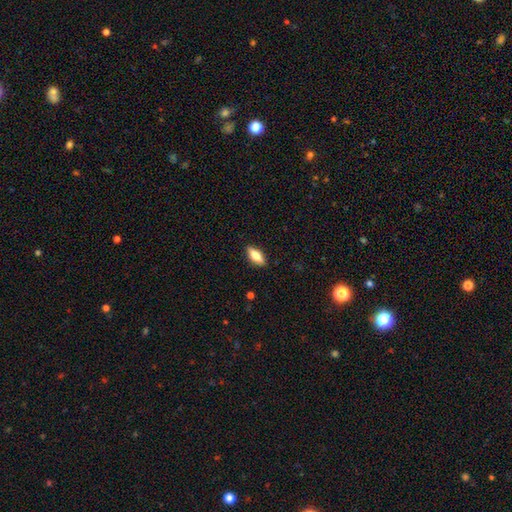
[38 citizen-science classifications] Smooth or featured?
  - smooth: 79% *
  - featured or disk: 16%
  - star or artifact: 5%
How rounded?
  - in between: 80% *
  - cigar-shaped: 17%
  - round: 3%
Merging?
  - none: 89% *
  - minor disturbance: 8%
  - merger: 3%
  - major disturbance: 0%